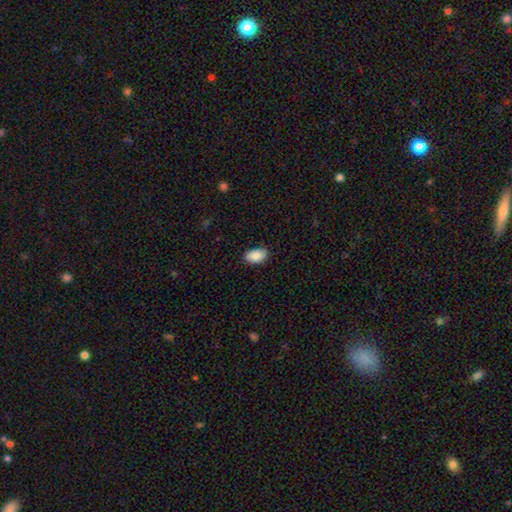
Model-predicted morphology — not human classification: type=smooth (90%); roundness=in between (93%); merging=none (84%).